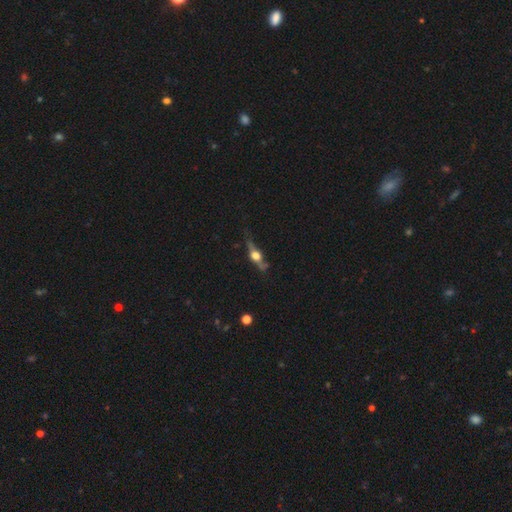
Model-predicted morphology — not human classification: Overall: featured or disk (67%). Edge-on disk: yes (89%). Edge-on bulge: rounded (95%). Merging: none (64%).